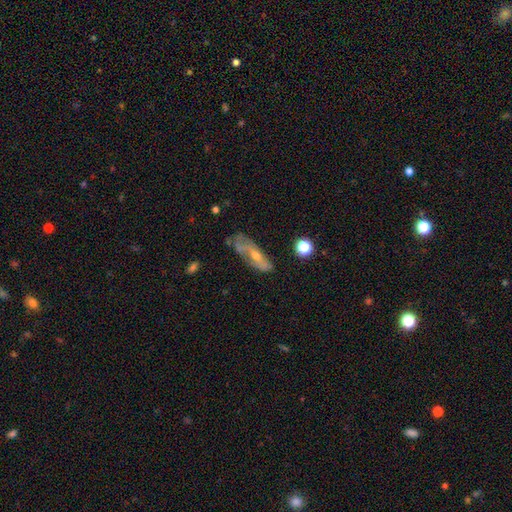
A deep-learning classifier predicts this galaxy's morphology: type=featured or disk (58%); edge-on=no (71%); merging=none (52%).